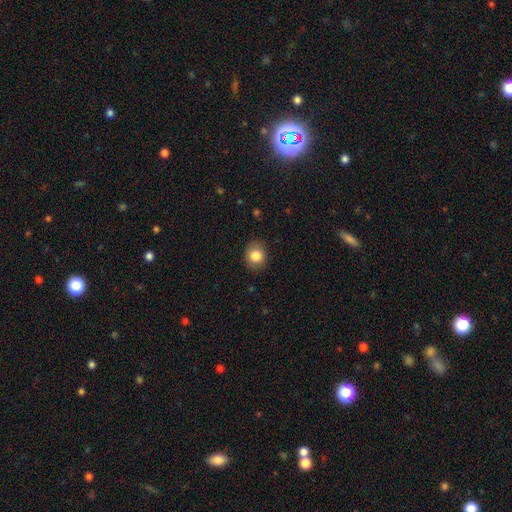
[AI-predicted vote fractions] Morphology: type=smooth (83%); roundness=round (68%); merging=none (83%).